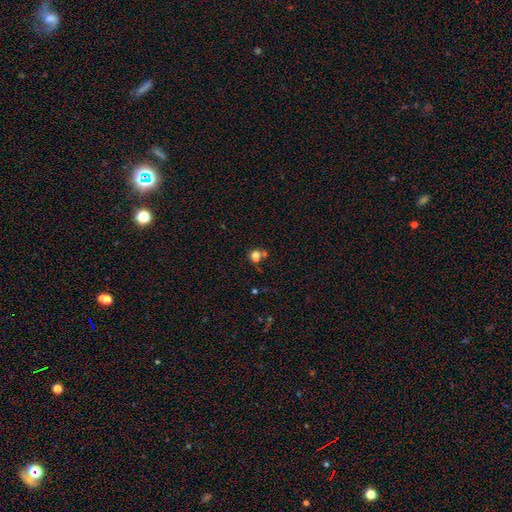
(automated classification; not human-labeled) A smooth galaxy with no disk features (70%) that is round (68%). Merging: merger (44%).